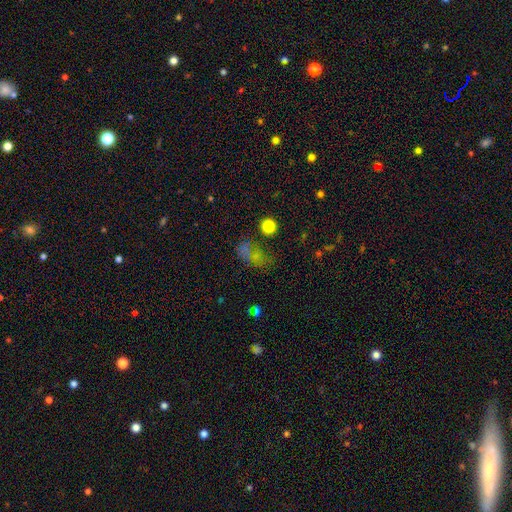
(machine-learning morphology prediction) Q: Smooth or featured?
A: smooth (58%); runner-up: star or artifact (26%)
Q: How rounded?
A: in between (65%); runner-up: round (29%)
Q: Merging?
A: none (45%); runner-up: major disturbance (21%)